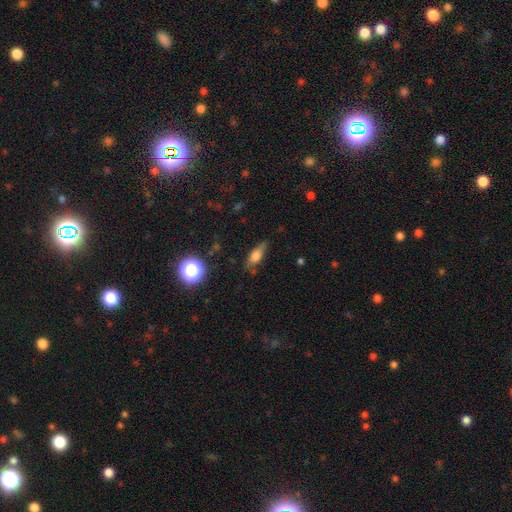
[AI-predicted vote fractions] This is likely a smooth galaxy (65%). How rounded: likely in between (65%). Merging: likely none (69%).